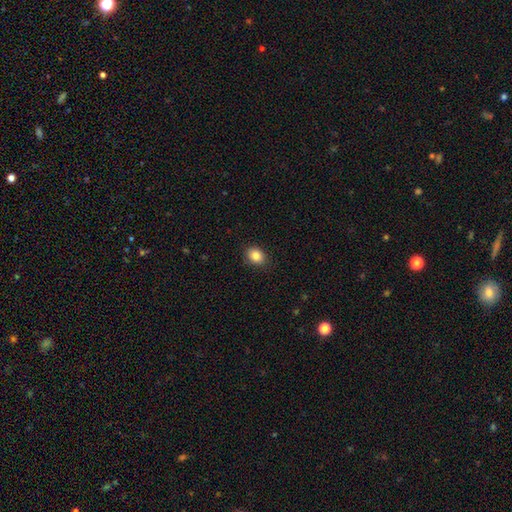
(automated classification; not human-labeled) smooth 86%, star or artifact 9%, featured or disk 5%. Down the decision tree: how rounded — in between (57%); merging — none (87%).